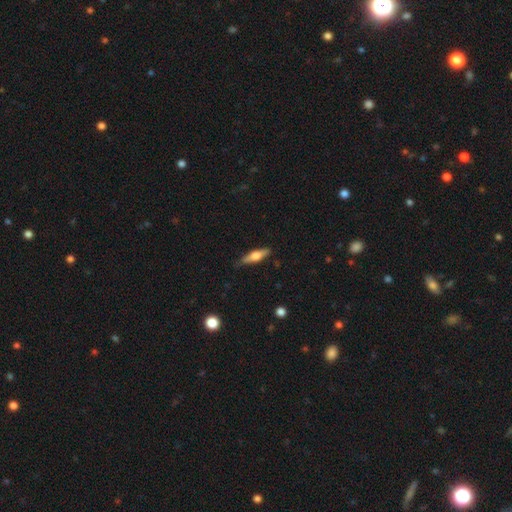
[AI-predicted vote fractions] A smooth galaxy with no disk features (48%). Merging: none (82%).